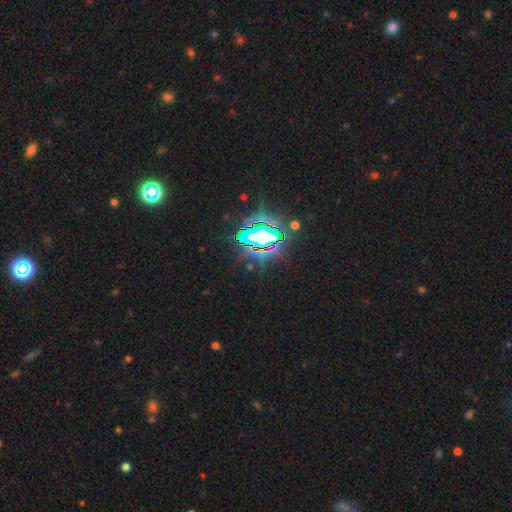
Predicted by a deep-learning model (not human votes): A star or artifact, not a galaxy (84%).

Vote fractions:
- Smooth or featured? star or artifact: 84% / smooth: 9% / featured or disk: 6%